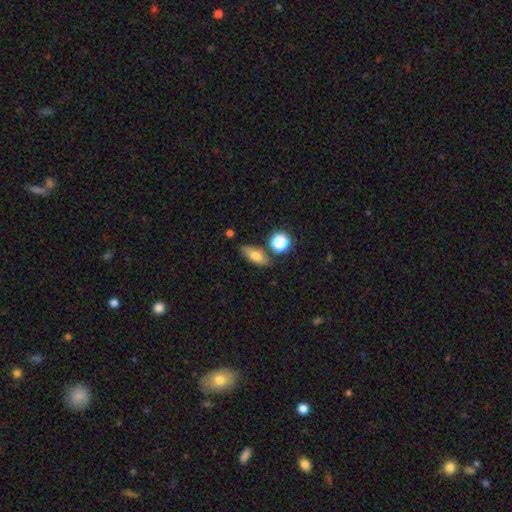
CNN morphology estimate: smooth 68%, featured or disk 21%, star or artifact 11%. Down the decision tree: how rounded — in between (66%); merging — none (75%).